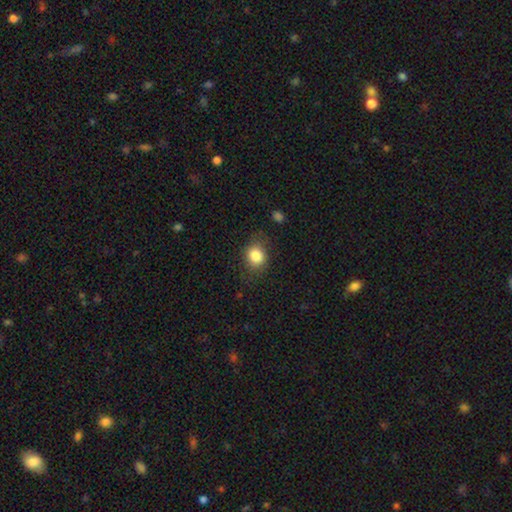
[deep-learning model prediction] A smooth galaxy with no disk features (83%) that is round (64%).

Vote fractions:
- Smooth or featured? smooth: 83% / star or artifact: 10% / featured or disk: 7%
- How rounded? round: 64% / in between: 35% / cigar-shaped: 1%
- Merging? none: 77% / minor disturbance: 16% / major disturbance: 5% / merger: 1%